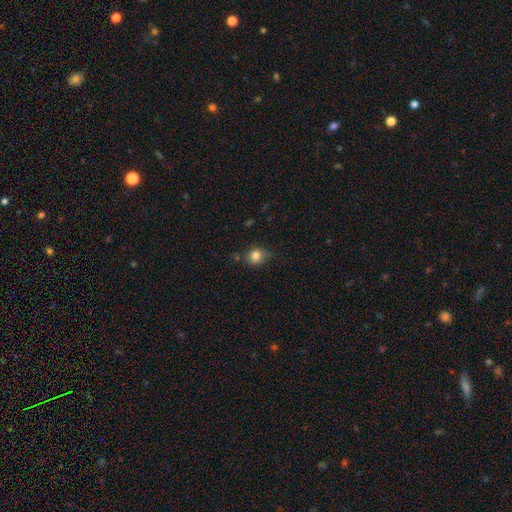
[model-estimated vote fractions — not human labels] This appears to be a smooth galaxy with no disk features (81%) that is round (70%). Merging: none (68%).